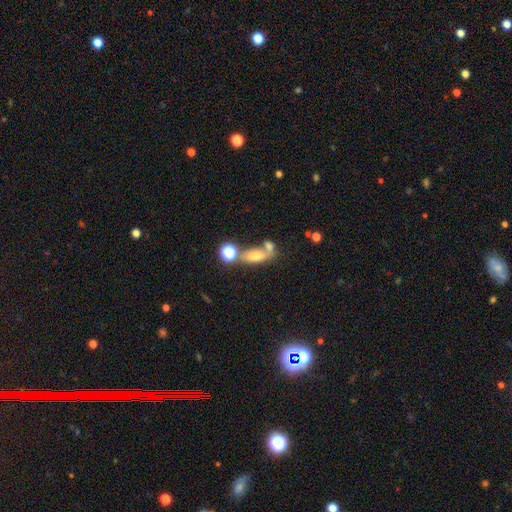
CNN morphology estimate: Smooth or featured: smooth — 59% (featured or disk — 26%)
How rounded: in between — 64% (cigar-shaped — 23%)
Merging: none — 40% (merger — 38%)